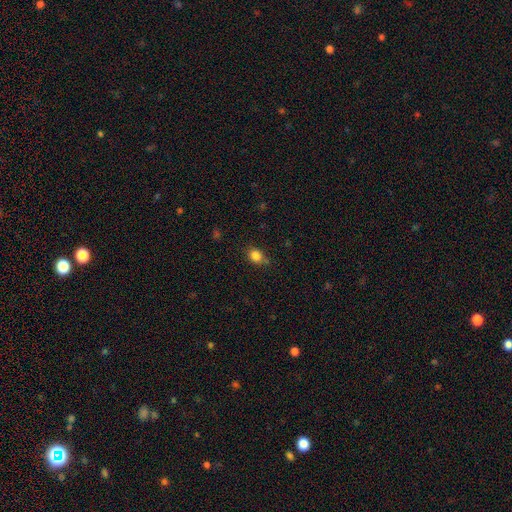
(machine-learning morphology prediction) smooth 84%, star or artifact 11%, featured or disk 5%. Down the decision tree: how rounded — round (57%); merging — none (70%).